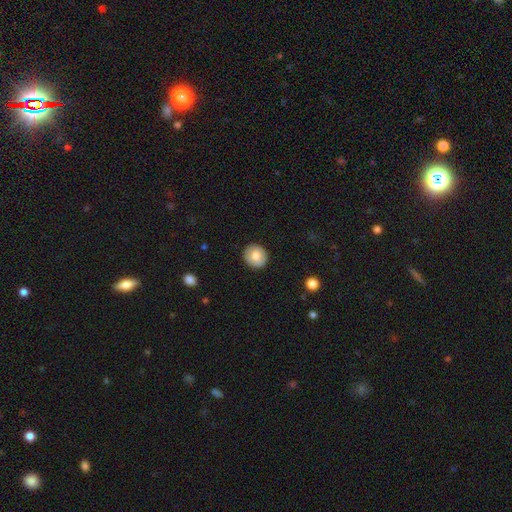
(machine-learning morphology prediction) Q: Smooth or featured?
A: smooth (77%); runner-up: featured or disk (16%)
Q: How rounded?
A: round (85%); runner-up: in between (14%)
Q: Merging?
A: none (90%); runner-up: minor disturbance (7%)